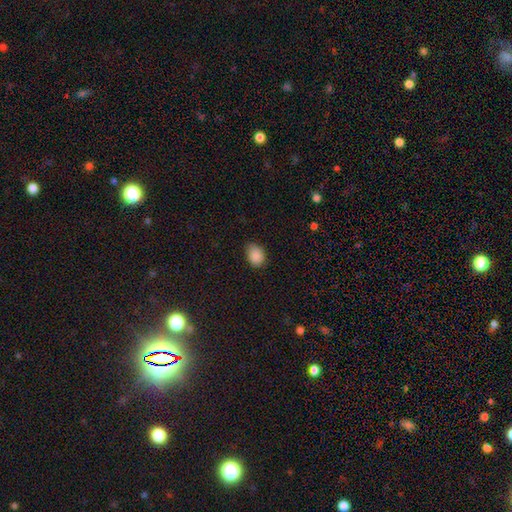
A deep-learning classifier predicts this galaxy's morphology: Smooth or featured? Predicted: smooth (p=0.88). How rounded? Predicted: in between (p=0.61). Merging? Predicted: none (p=0.74).